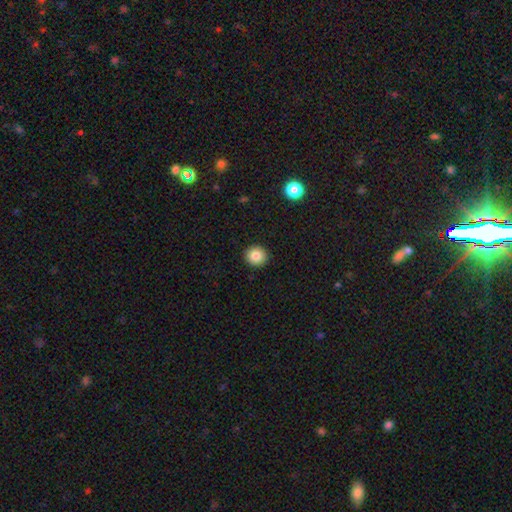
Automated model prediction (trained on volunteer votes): A smooth galaxy with no disk features (84%) that is round (91%). Merging: none (93%).